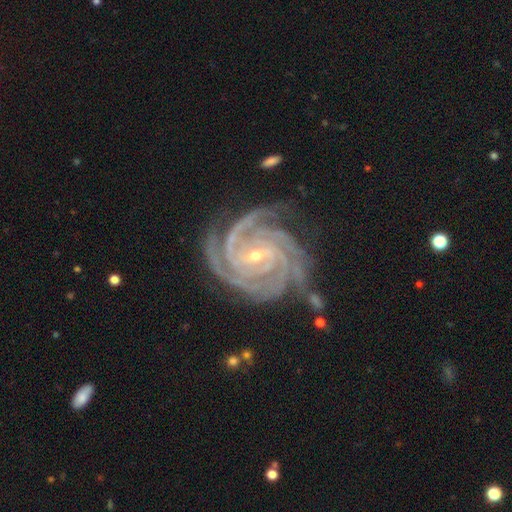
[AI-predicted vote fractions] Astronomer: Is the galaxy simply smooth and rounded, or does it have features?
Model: featured or disk — 93%.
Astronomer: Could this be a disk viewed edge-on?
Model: no — 98%.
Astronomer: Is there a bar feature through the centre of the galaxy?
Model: weak — 43% (runner-up: strong, 29%).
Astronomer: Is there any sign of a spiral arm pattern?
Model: yes — 99%.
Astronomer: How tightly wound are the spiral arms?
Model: tight — 82%.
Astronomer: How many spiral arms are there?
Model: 4 — 45% (runner-up: 3, 22%).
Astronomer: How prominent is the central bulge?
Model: small — 69%.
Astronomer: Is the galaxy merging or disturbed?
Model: none — 74%.